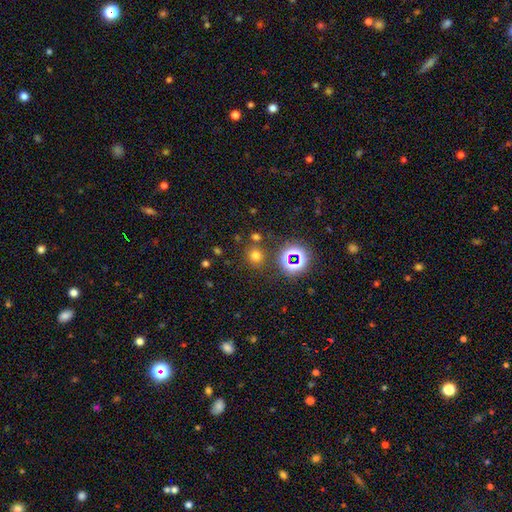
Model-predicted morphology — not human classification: A smooth galaxy with no disk features (64%) that is round (88%). Merging: none (80%).